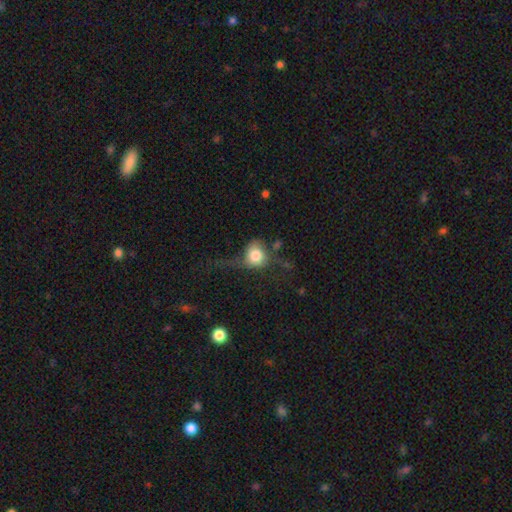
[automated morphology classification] Smooth or featured?
  - smooth: 70% *
  - featured or disk: 20%
  - star or artifact: 10%
How rounded?
  - round: 78% *
  - in between: 21%
  - cigar-shaped: 2%
Merging?
  - major disturbance: 37% *
  - none: 34%
  - minor disturbance: 24%
  - merger: 5%